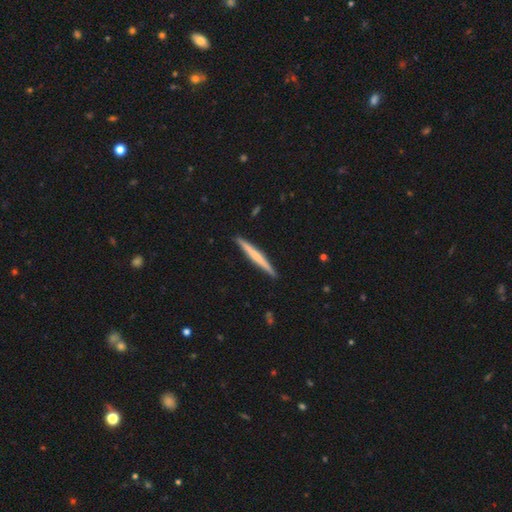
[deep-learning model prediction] smooth-or-featured: smooth: 51% | featured or disk: 44% | star or artifact: 5%
  how-rounded: cigar-shaped: 97% | in between: 2% | round: 1%
  merging: none: 92% | minor disturbance: 6% | major disturbance: 1% | merger: 1%